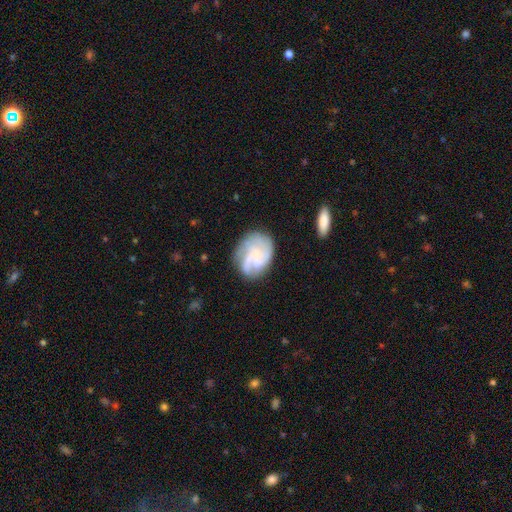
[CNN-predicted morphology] Smooth or featured? featured or disk (70%)
Edge-on disk? no (98%)
Bar? no (65%)
Spiral arms? yes (88%)
Spiral winding? medium (40%)
Spiral arm count? 3 (32%)
Bulge size? small (61%)
Merging? none (62%)